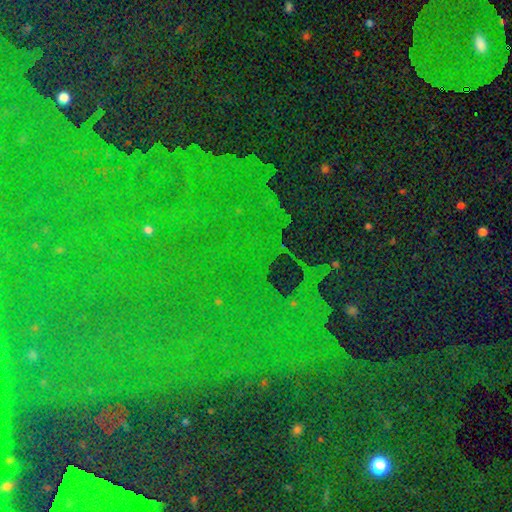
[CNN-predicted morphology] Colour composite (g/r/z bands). It shows a star or artifact, not a galaxy (86%).